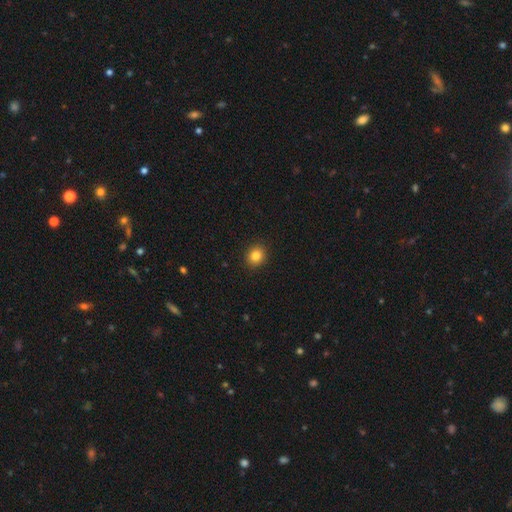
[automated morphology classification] smooth 84%, star or artifact 11%, featured or disk 6%. Down the decision tree: how rounded — round (76%); merging — none (92%).